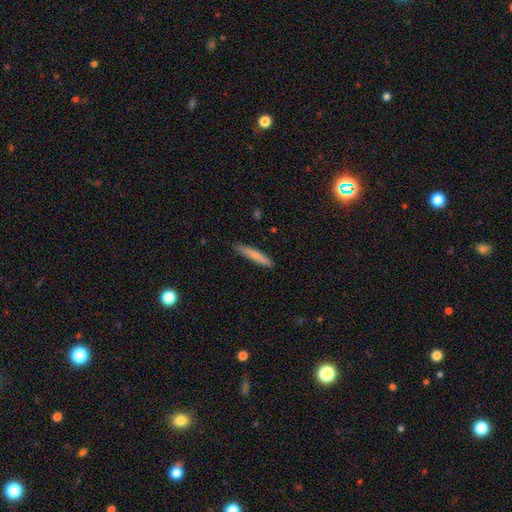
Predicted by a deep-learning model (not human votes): Smooth or featured: smooth — 78% (featured or disk — 16%)
How rounded: cigar-shaped — 93% (in between — 5%)
Merging: none — 87% (minor disturbance — 10%)